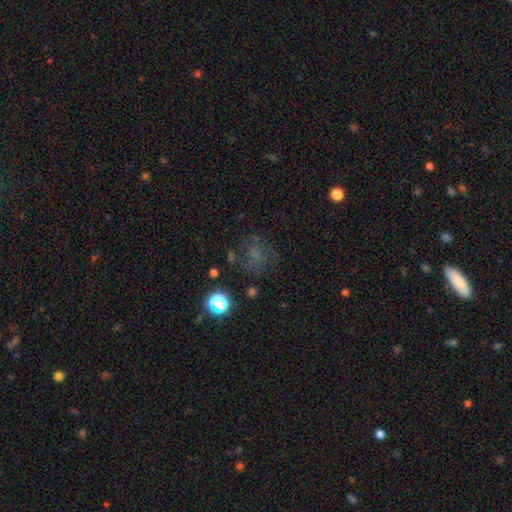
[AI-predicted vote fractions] This is marginally a smooth galaxy (44%). Merging: possibly none (58%).